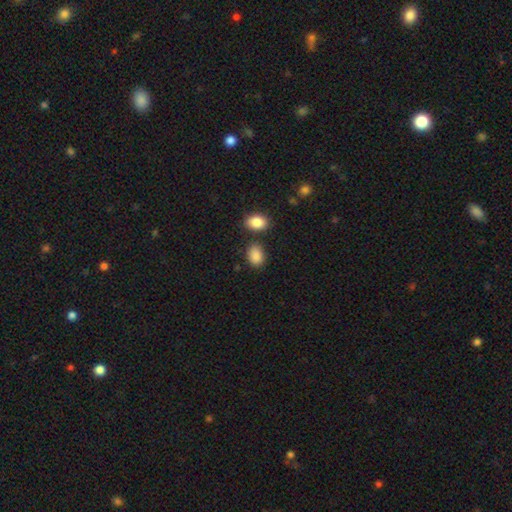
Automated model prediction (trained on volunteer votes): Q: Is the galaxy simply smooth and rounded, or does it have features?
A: smooth — 88%.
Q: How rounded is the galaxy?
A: in between — 77%.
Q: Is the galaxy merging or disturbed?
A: none — 73%.